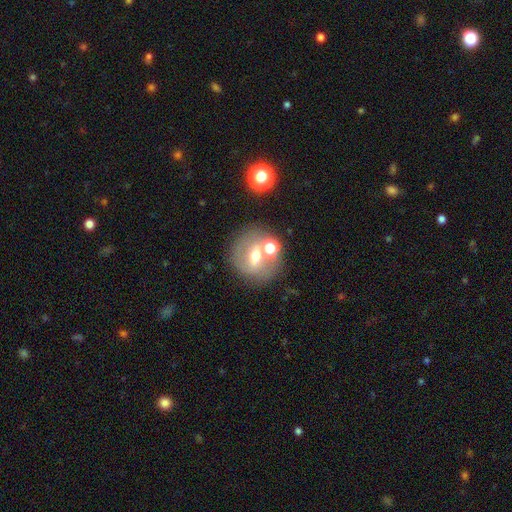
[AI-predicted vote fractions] Smooth or featured: smooth — 45% (featured or disk — 41%)
Merging: none — 59% (merger — 22%)